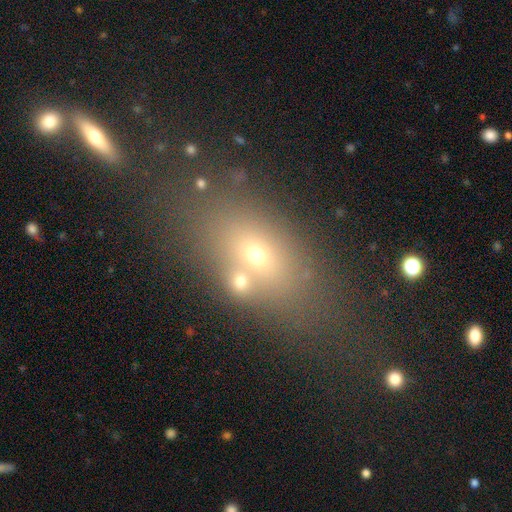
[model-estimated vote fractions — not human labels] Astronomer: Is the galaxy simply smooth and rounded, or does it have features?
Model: smooth — 58%.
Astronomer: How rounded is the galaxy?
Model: in between — 75%.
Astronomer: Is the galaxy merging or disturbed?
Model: none — 55%.